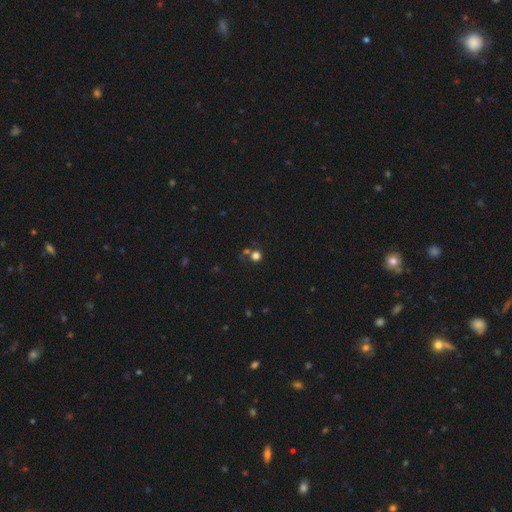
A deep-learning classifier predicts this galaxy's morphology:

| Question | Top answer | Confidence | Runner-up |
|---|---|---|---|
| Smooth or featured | smooth | 69% | star or artifact (23%) |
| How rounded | round | 89% | in between (10%) |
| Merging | none | 63% | merger (22%) |